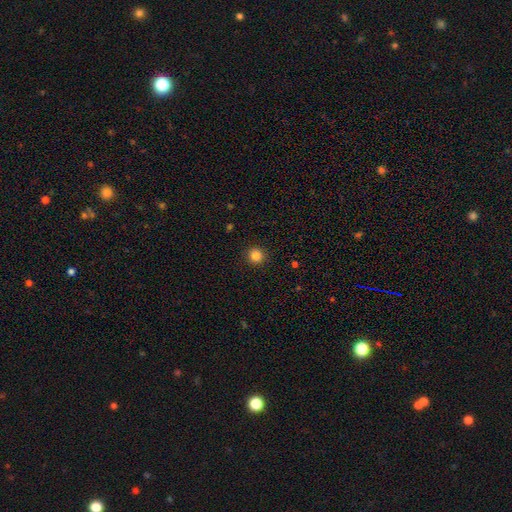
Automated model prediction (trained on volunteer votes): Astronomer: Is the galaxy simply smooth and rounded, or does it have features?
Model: smooth — 84%.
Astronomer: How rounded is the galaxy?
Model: round — 93%.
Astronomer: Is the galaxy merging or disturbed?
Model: none — 92%.